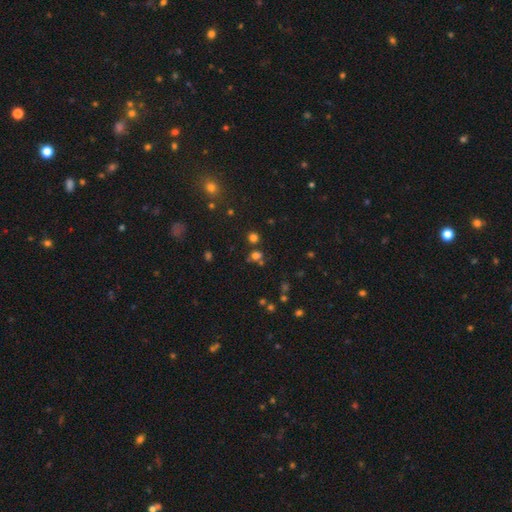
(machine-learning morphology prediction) smooth-or-featured: smooth: 58% | star or artifact: 33% | featured or disk: 8%
  how-rounded: round: 79% | in between: 20% | cigar-shaped: 1%
  merging: none: 63% | merger: 22% | minor disturbance: 10% | major disturbance: 5%